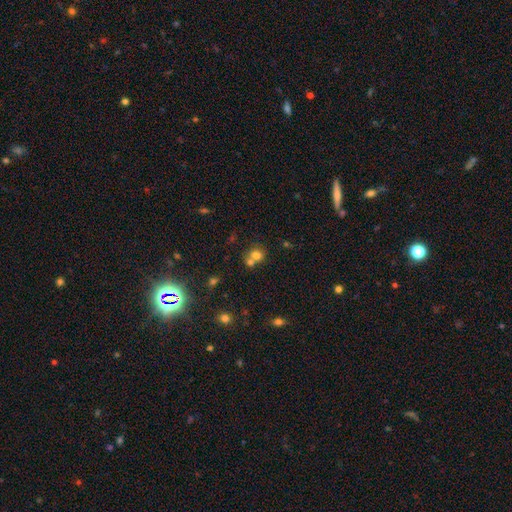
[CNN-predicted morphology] A smooth galaxy with no disk features (73%) that is round (78%).

Vote fractions:
- Smooth or featured? smooth: 73% / star or artifact: 15% / featured or disk: 13%
- How rounded? round: 78% / in between: 22% / cigar-shaped: 1%
- Merging? merger: 49% / none: 41% / minor disturbance: 7% / major disturbance: 3%